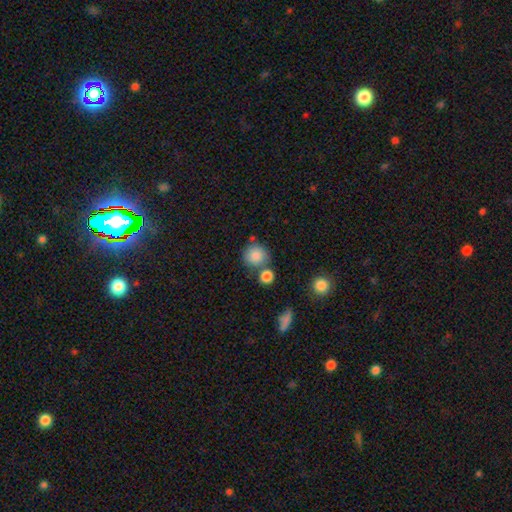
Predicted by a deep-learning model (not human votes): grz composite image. It shows a smooth galaxy with no disk features (85%) that is round (88%). Merging: none (64%).